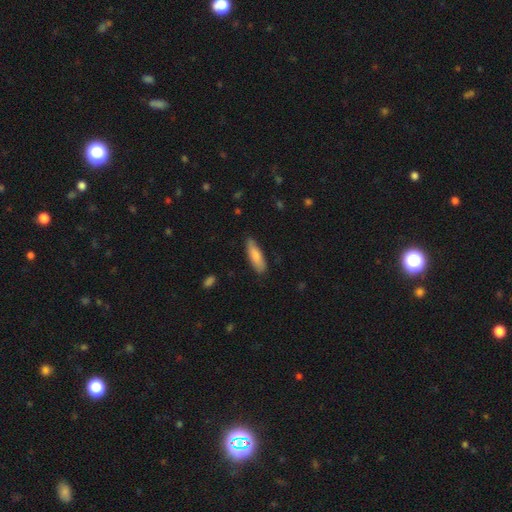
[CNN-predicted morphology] Overall: smooth (79%). How rounded: in between (50%; cigar-shaped 48%). Merging: none (79%).